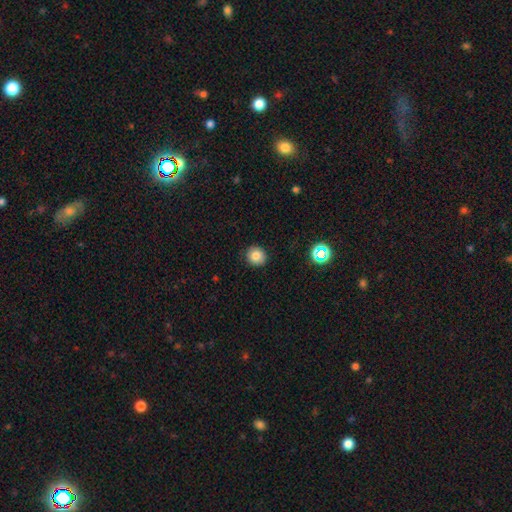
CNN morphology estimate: Smooth or featured: smooth — 82% (star or artifact — 12%)
How rounded: round — 91% (in between — 9%)
Merging: none — 91% (minor disturbance — 6%)